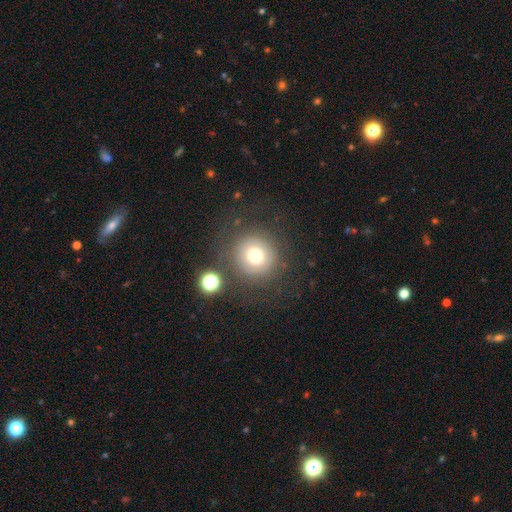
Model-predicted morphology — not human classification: smooth_or_featured: smooth (p=0.70) [alt: featured or disk p=0.16]
how_rounded: round (p=0.92) [alt: in between p=0.07]
merging: none (p=0.77) [alt: minor disturbance p=0.11]